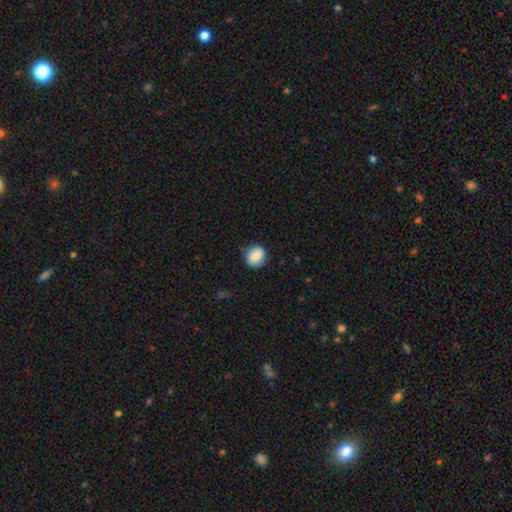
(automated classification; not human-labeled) smooth 81%, featured or disk 11%, star or artifact 8%. Down the decision tree: how rounded — round (80%); merging — none (83%).